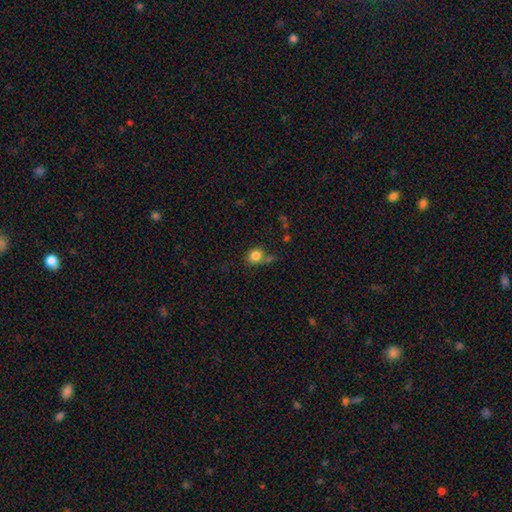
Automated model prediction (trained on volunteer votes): A smooth galaxy with no disk features (83%) that is round (74%). Merging: none (57%).